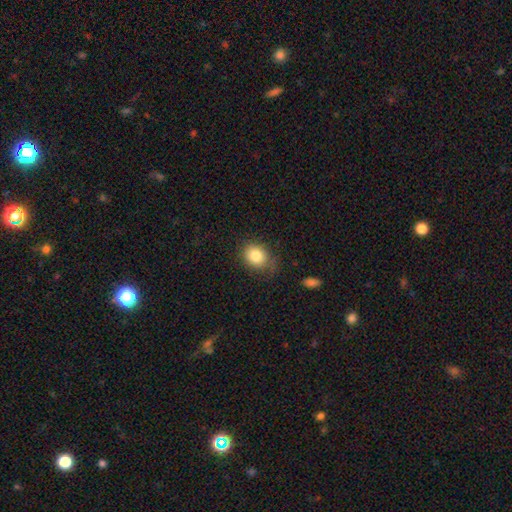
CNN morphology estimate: Q: Smooth or featured?
A: smooth (82%); runner-up: star or artifact (10%)
Q: How rounded?
A: round (60%); runner-up: in between (39%)
Q: Merging?
A: none (72%); runner-up: minor disturbance (20%)